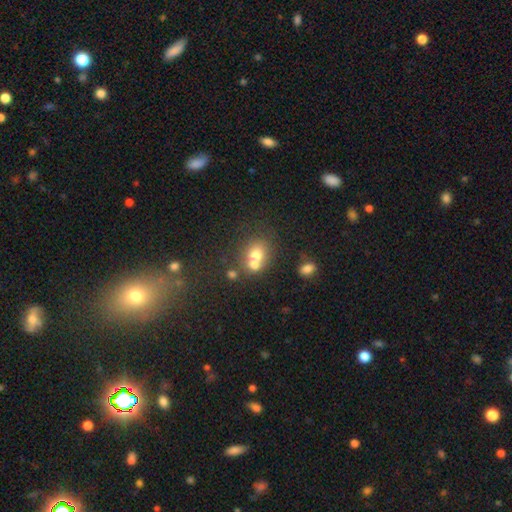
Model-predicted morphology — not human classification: The model was most divided on "merging": merger: 54%, none: 33%, minor disturbance: 8%, major disturbance: 4%. More confident: smooth or featured — smooth (67%); how rounded — round (67%).